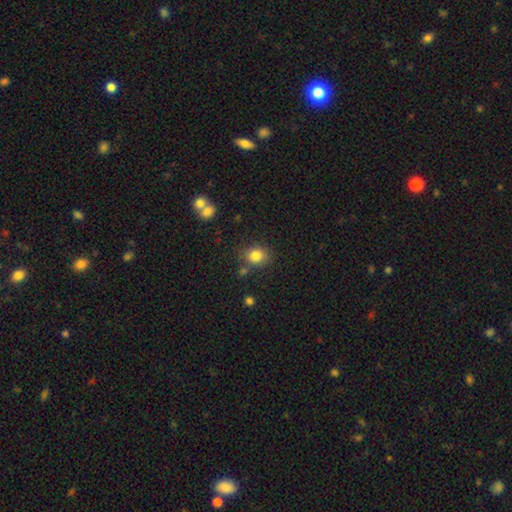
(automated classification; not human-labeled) smooth-or-featured: smooth: 82% | star or artifact: 11% | featured or disk: 7%
  how-rounded: round: 60% | in between: 39% | cigar-shaped: 1%
  merging: none: 75% | minor disturbance: 13% | merger: 7% | major disturbance: 4%